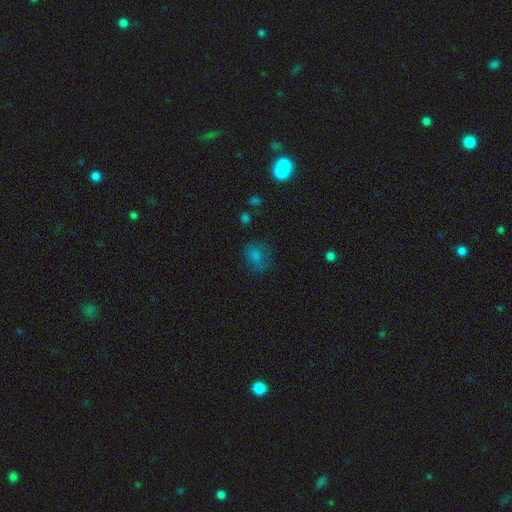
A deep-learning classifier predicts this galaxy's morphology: Smooth or featured?
  - smooth: 62% *
  - star or artifact: 21%
  - featured or disk: 17%
How rounded?
  - round: 54% *
  - in between: 44%
  - cigar-shaped: 1%
Merging?
  - none: 68% *
  - minor disturbance: 19%
  - major disturbance: 10%
  - merger: 3%